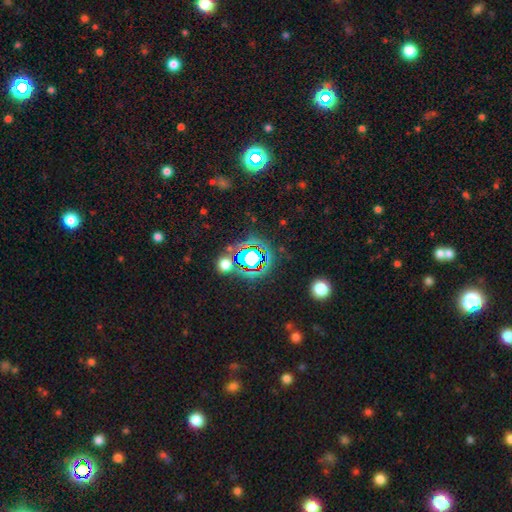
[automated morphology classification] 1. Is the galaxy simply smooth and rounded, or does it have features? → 72% star or artifact, 17% smooth, 11% featured or disk.